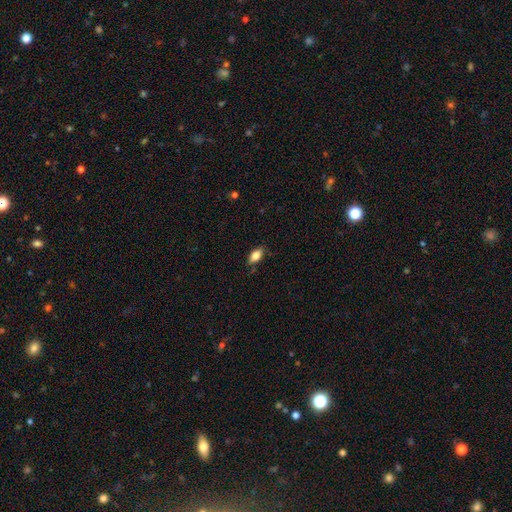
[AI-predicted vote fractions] This is clearly a smooth galaxy (80%). How rounded: clearly in between (88%). Merging: clearly none (80%).